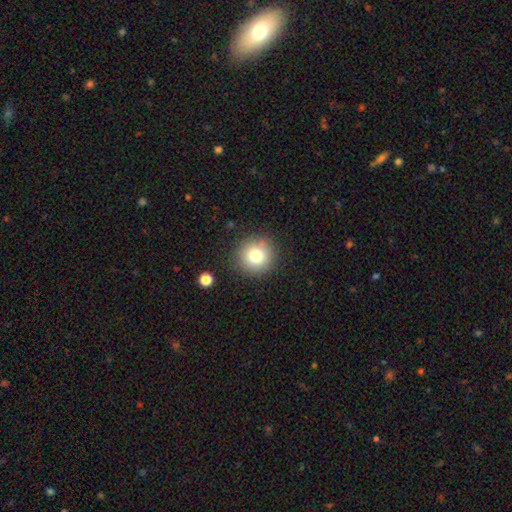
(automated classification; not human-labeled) Smooth or featured? Predicted: smooth (p=0.78). How rounded? Predicted: round (p=0.94). Merging? Predicted: none (p=0.87).